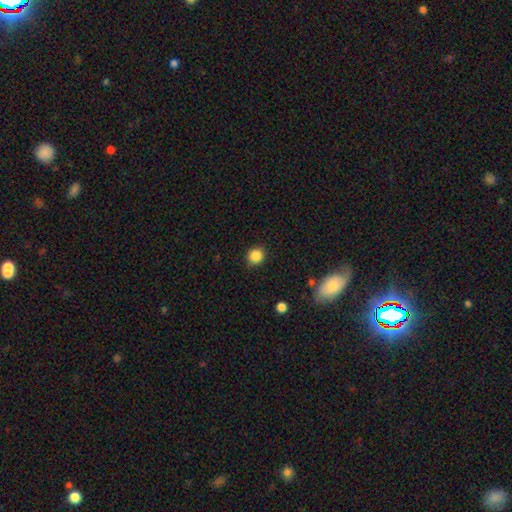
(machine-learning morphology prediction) type=smooth (85%); roundness=round (87%); merging=none (89%).